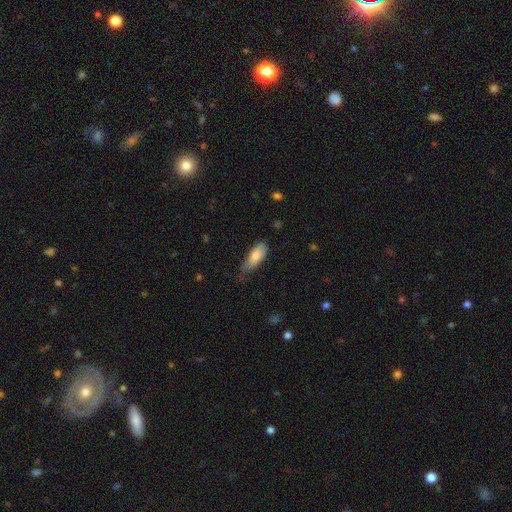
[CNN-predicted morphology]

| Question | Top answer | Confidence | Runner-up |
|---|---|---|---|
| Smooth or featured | smooth | 80% | featured or disk (14%) |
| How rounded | in between | 79% | cigar-shaped (19%) |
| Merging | minor disturbance | 44% | none (41%) |